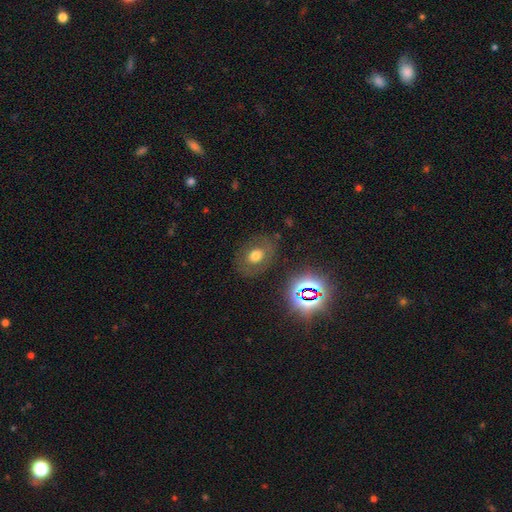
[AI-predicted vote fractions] The model was most divided on "how rounded": in between: 57%, round: 42%, cigar-shaped: 1%. More confident: merging — none (78%); smooth or featured — smooth (56%).